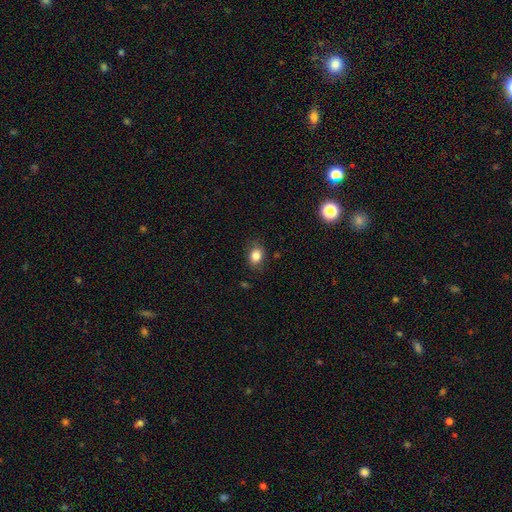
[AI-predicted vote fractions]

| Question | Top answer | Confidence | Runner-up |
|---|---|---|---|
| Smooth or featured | smooth | 83% | star or artifact (10%) |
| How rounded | in between | 62% | round (36%) |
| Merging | none | 80% | minor disturbance (15%) |